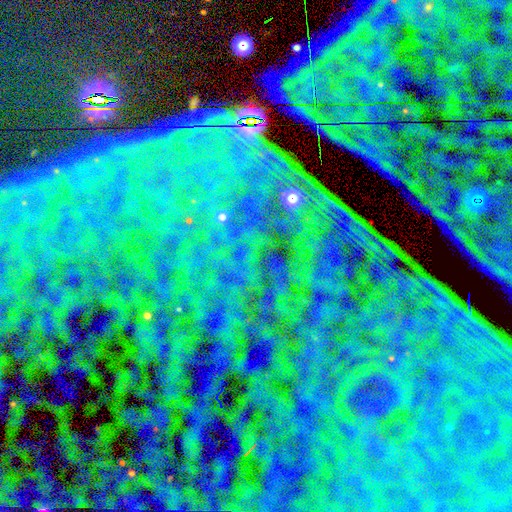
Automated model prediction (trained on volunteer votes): A star or artifact, not a galaxy (86%).